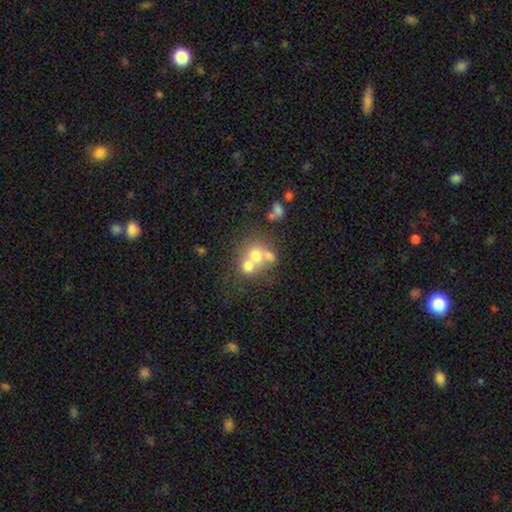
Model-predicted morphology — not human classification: The model was most divided on "smooth or featured": smooth: 58%, featured or disk: 28%, star or artifact: 14%. More confident: how rounded — round (74%); merging — merger (59%).